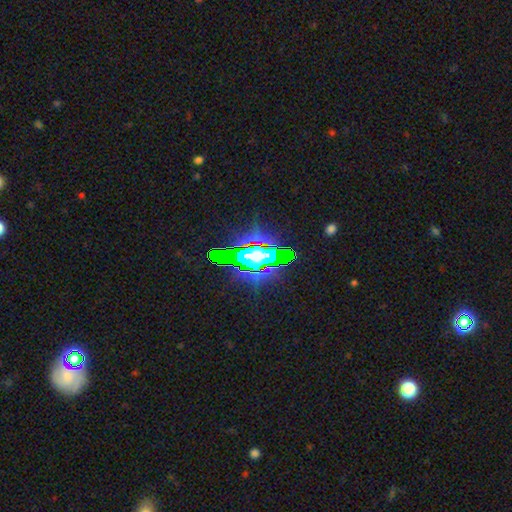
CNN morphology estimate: smooth-or-featured: star or artifact: 68% | featured or disk: 17% | smooth: 16%